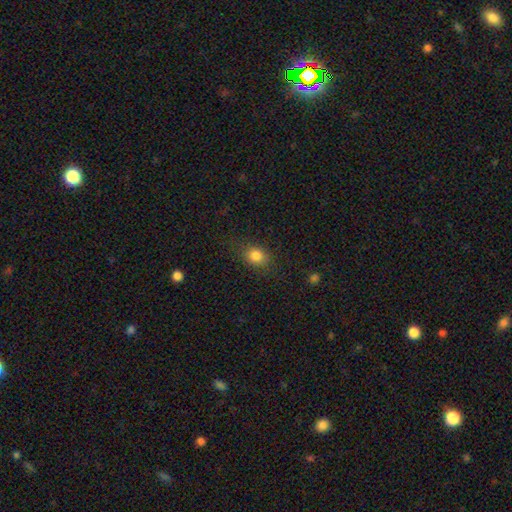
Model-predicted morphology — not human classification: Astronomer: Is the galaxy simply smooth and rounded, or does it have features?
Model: smooth — 83%.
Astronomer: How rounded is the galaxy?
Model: round — 51% (runner-up: in between, 47%).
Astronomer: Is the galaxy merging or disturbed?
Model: none — 79%.